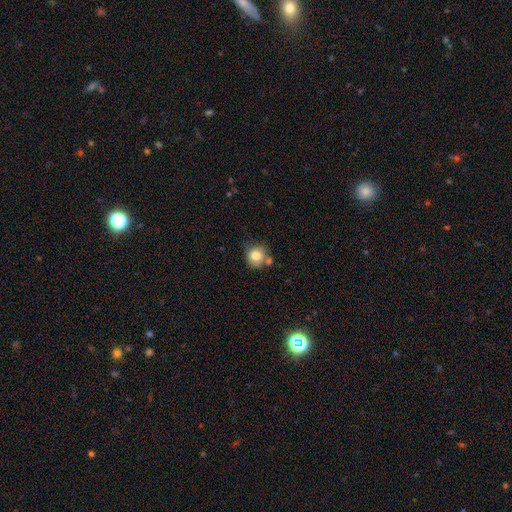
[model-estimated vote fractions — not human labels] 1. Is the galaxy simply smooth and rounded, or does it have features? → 79% smooth, 12% featured or disk, 9% star or artifact.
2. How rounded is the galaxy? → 85% round, 14% in between, 1% cigar-shaped.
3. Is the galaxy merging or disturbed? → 60% none, 18% minor disturbance, 17% merger, 5% major disturbance.